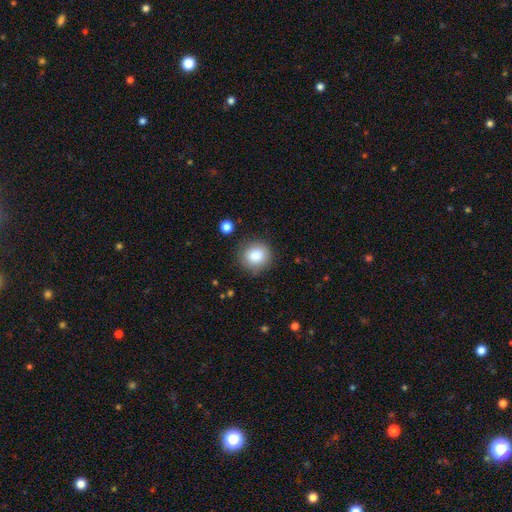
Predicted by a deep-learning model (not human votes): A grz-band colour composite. It shows a smooth galaxy with no disk features (86%) that is round (89%). Merging: none (84%).